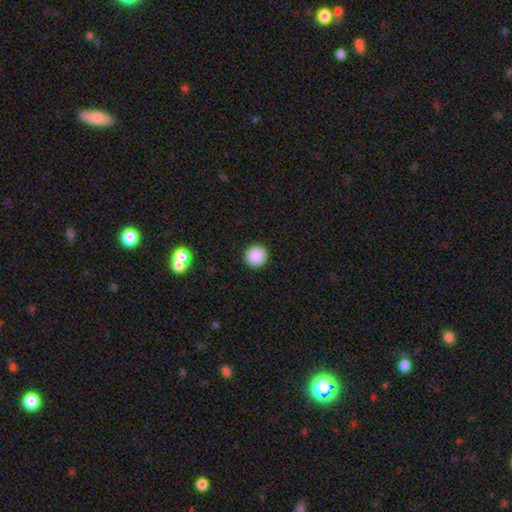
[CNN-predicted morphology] smooth_or_featured: smooth (p=0.89) [alt: star or artifact p=0.09]
how_rounded: round (p=0.96) [alt: in between p=0.03]
merging: none (p=0.93) [alt: minor disturbance p=0.04]